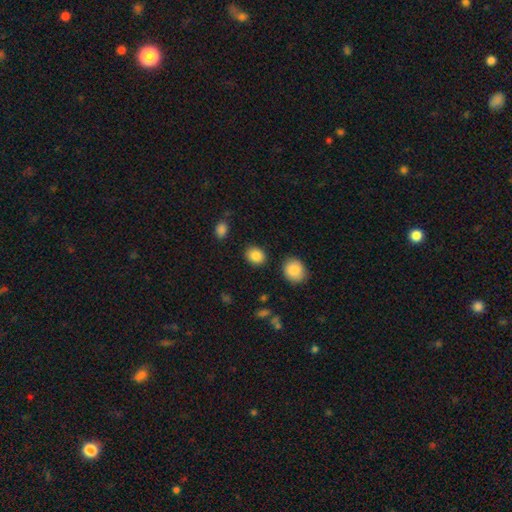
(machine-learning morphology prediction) Smooth or featured? smooth (86%)
How rounded? round (59%)
Merging? none (87%)